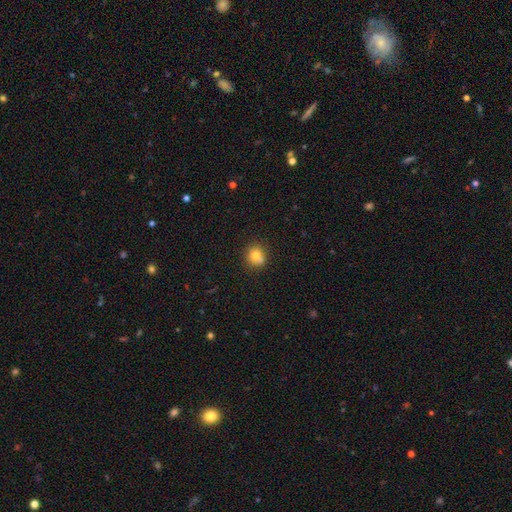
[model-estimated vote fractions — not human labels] smooth_or_featured: smooth (p=0.76) [alt: featured or disk p=0.12]
how_rounded: round (p=0.86) [alt: in between p=0.13]
merging: none (p=0.61) [alt: merger p=0.26]